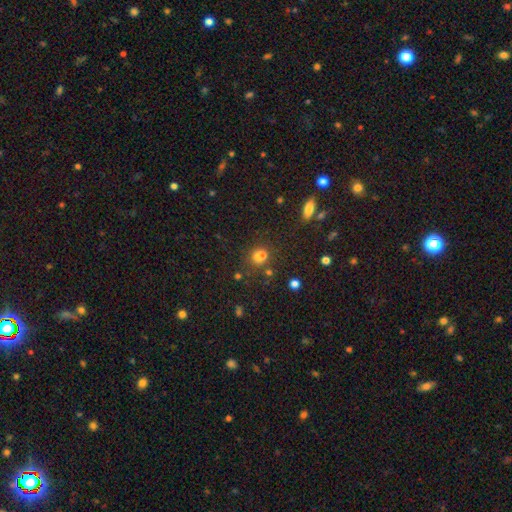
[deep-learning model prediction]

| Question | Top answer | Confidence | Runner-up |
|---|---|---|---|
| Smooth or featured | smooth | 59% | star or artifact (34%) |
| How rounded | round | 81% | in between (17%) |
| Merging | none | 78% | minor disturbance (10%) |